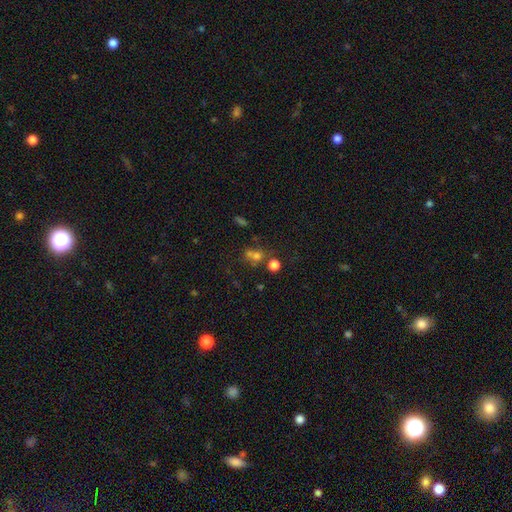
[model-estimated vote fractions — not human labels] Morphology: type=smooth (61%); roundness=round (64%); merging=none (47%).